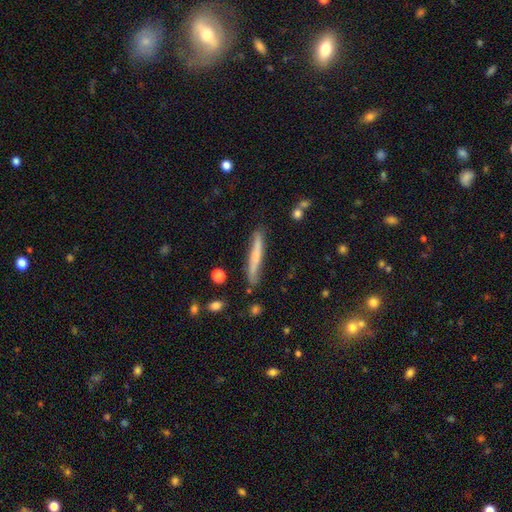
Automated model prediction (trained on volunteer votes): Smooth or featured: smooth — 52% (featured or disk — 42%)
How rounded: cigar-shaped — 94% (in between — 4%)
Merging: none — 81% (minor disturbance — 14%)